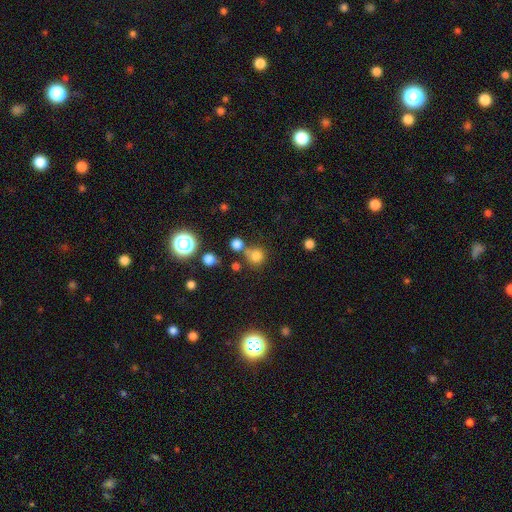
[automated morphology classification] smooth 77%, star or artifact 16%, featured or disk 6%. Down the decision tree: how rounded — round (89%); merging — none (64%).